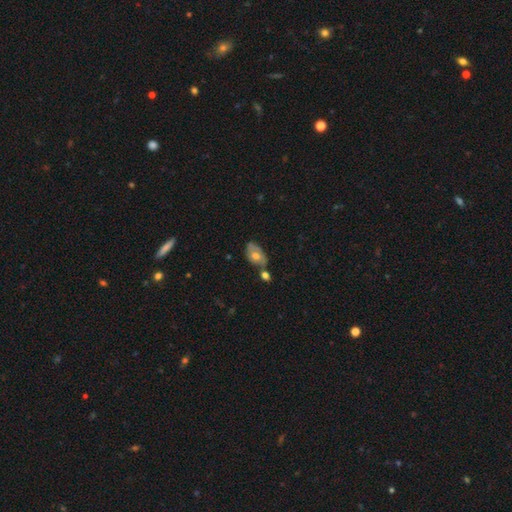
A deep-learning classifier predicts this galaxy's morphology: Q: Smooth or featured?
A: smooth (51%); runner-up: featured or disk (40%)
Q: How rounded?
A: in between (88%); runner-up: round (10%)
Q: Merging?
A: none (46%); runner-up: merger (25%)